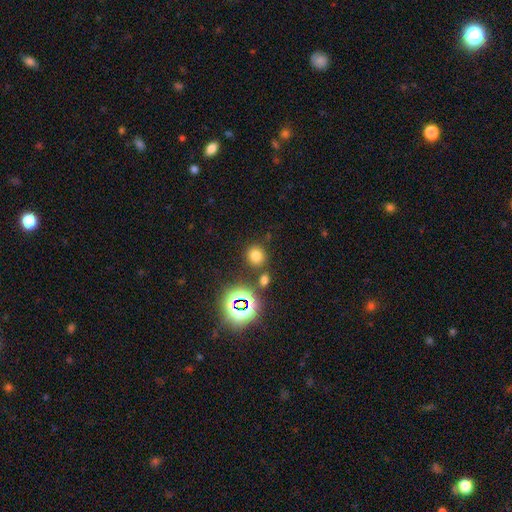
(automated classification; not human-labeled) Smooth or featured? smooth (70%)
How rounded? round (86%)
Merging? none (80%)